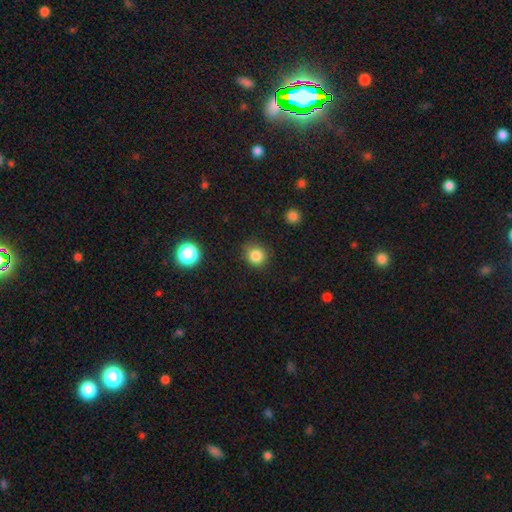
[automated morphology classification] This is clearly a smooth galaxy (83%). How rounded: clearly round (89%). Merging: clearly none (85%).